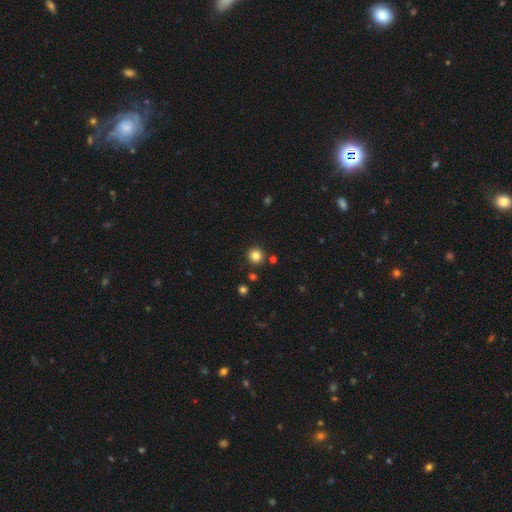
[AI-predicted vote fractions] A smooth galaxy with no disk features (83%) that is round (95%).

Vote fractions:
- Smooth or featured? smooth: 83% / star or artifact: 12% / featured or disk: 5%
- How rounded? round: 95% / in between: 4% / cigar-shaped: 1%
- Merging? none: 89% / minor disturbance: 5% / merger: 4% / major disturbance: 2%